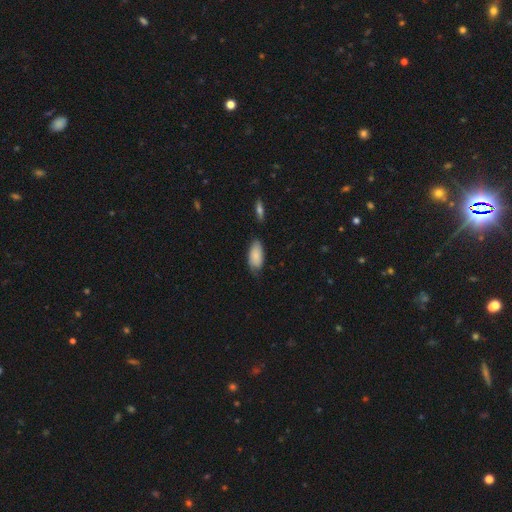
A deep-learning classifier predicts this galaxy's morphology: This appears to be a smooth galaxy with no disk features (84%) that is in between round and cigar-shaped (91%). Merging: none (66%).